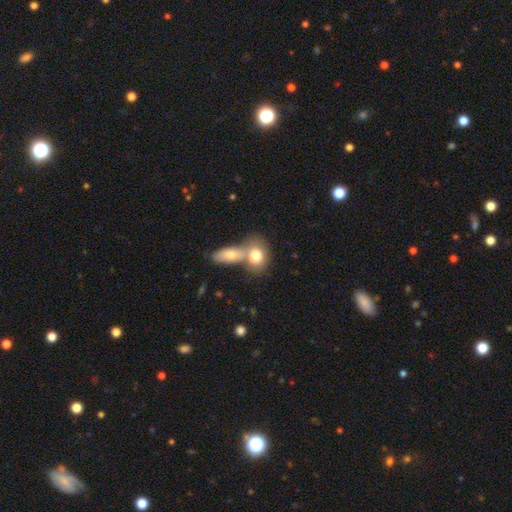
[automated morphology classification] Smooth or featured?
  - smooth: 76% *
  - featured or disk: 17%
  - star or artifact: 7%
How rounded?
  - in between: 66% *
  - round: 31%
  - cigar-shaped: 3%
Merging?
  - merger: 59% *
  - none: 30%
  - minor disturbance: 8%
  - major disturbance: 3%